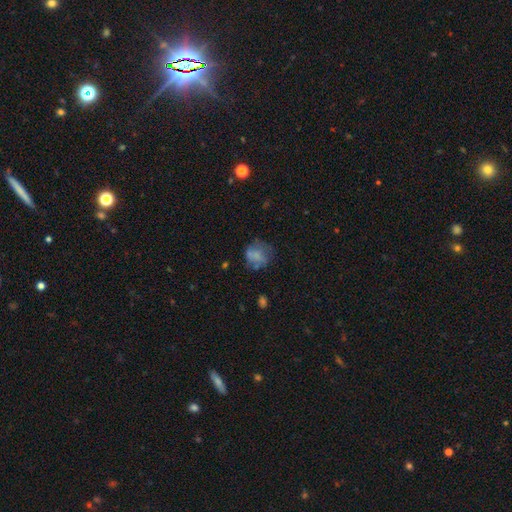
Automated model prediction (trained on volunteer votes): Morphology: type=smooth (61%); roundness=round (69%); merging=none (50%).